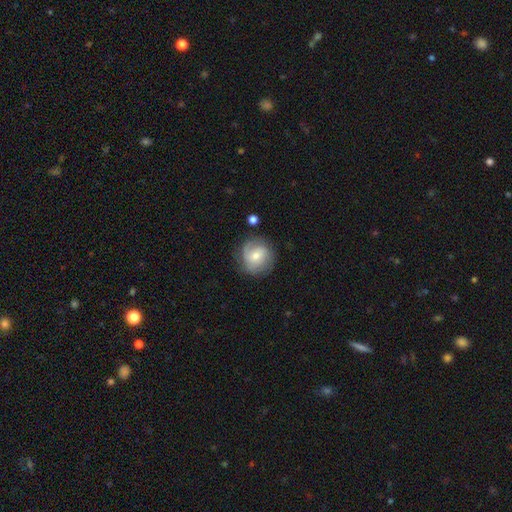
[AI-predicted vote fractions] Morphology: type=featured or disk (52%); edge-on=no (97%); bar=no (60%); spiral arms=yes (83%); bulge=small (50%); merging=none (73%).